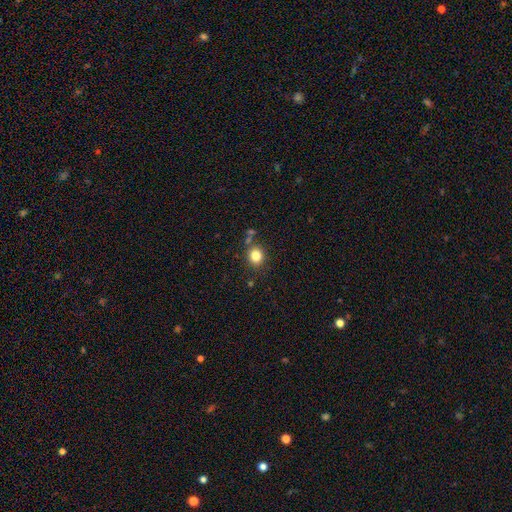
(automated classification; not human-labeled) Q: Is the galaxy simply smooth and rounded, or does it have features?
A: smooth — 82%.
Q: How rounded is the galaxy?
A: round — 76%.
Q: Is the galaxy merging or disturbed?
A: none — 78%.